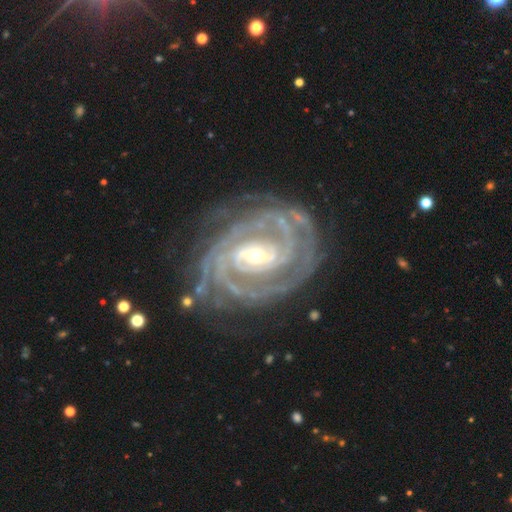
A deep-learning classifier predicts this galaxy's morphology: featured or disk 92%, star or artifact 5%, smooth 3%. Down the decision tree: edge-on disk — no (97%); bar — weak (39%); spiral arms — yes (98%); spiral arm count — 2 (26%); spiral winding — tight (81%); bulge size — small (50%); merging — none (75%).